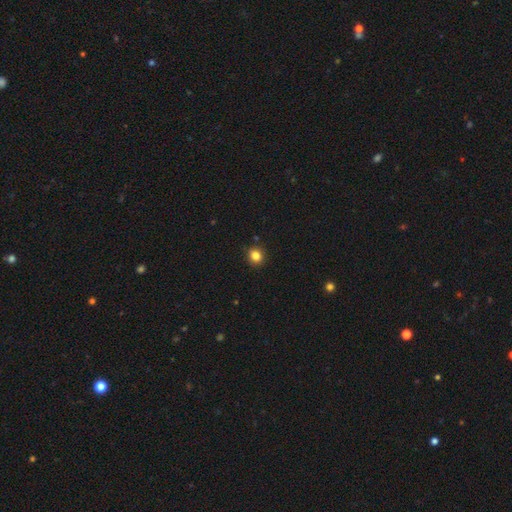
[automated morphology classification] Smooth or featured?
  - smooth: 83% *
  - star or artifact: 12%
  - featured or disk: 5%
How rounded?
  - round: 86% *
  - in between: 13%
  - cigar-shaped: 1%
Merging?
  - none: 91% *
  - minor disturbance: 6%
  - major disturbance: 2%
  - merger: 1%